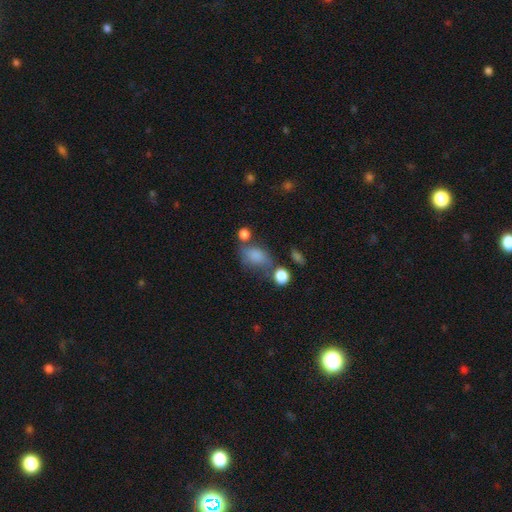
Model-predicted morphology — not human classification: A smooth galaxy with no disk features (76%) that is in between round and cigar-shaped (79%). Merging: none (40%).